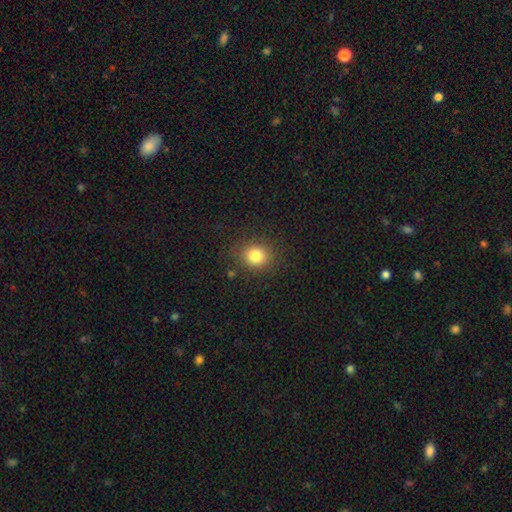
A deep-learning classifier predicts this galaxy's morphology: A smooth galaxy with no disk features (81%) that is round (81%).

Vote fractions:
- Smooth or featured? smooth: 81% / star or artifact: 12% / featured or disk: 7%
- How rounded? round: 81% / in between: 18% / cigar-shaped: 1%
- Merging? none: 86% / minor disturbance: 9% / major disturbance: 4% / merger: 2%